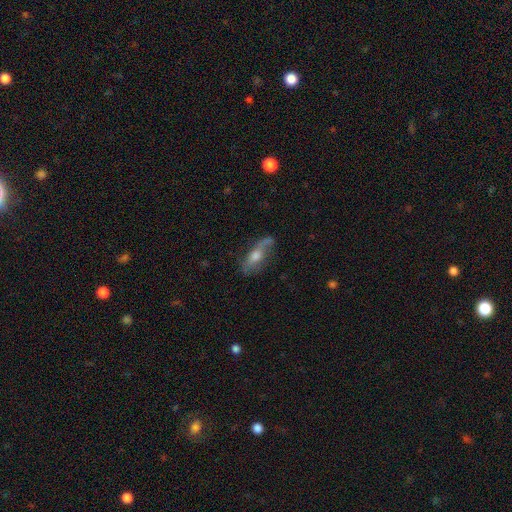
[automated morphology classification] Smooth or featured? featured or disk (54%)
Edge-on disk? no (55%)
Merging? none (57%)